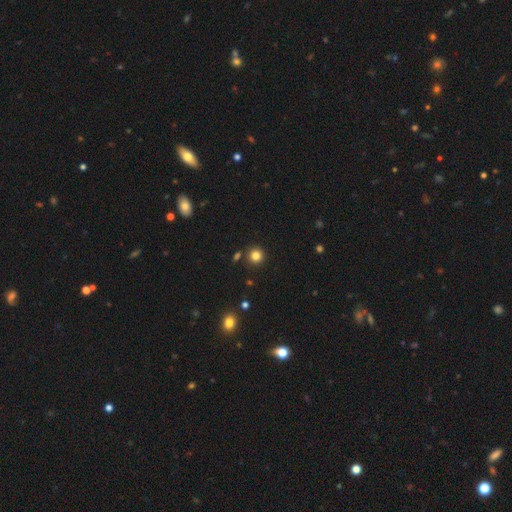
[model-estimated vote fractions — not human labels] smooth-or-featured: smooth: 82% | star or artifact: 13% | featured or disk: 5%
  how-rounded: round: 93% | in between: 6% | cigar-shaped: 1%
  merging: none: 88% | minor disturbance: 6% | merger: 4% | major disturbance: 2%